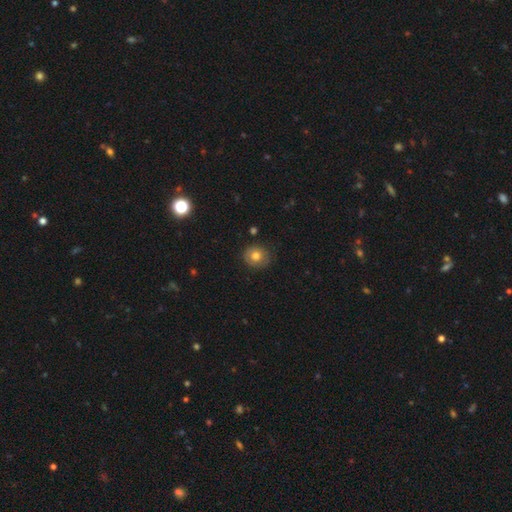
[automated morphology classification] Smooth or featured: smooth — 76% (featured or disk — 15%)
How rounded: round — 82% (in between — 18%)
Merging: none — 83% (minor disturbance — 13%)